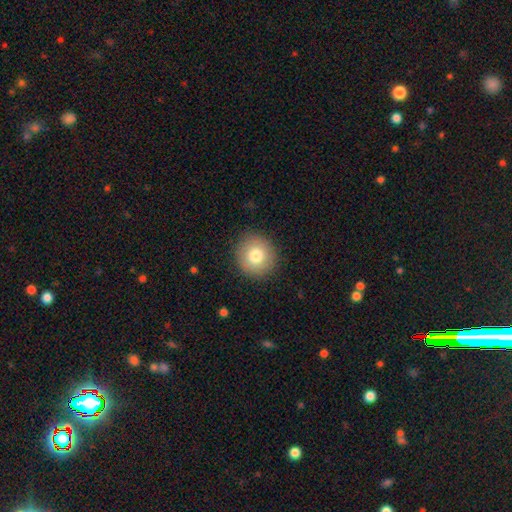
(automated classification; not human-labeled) A smooth galaxy with no disk features (79%) that is round (92%). Merging: none (90%).